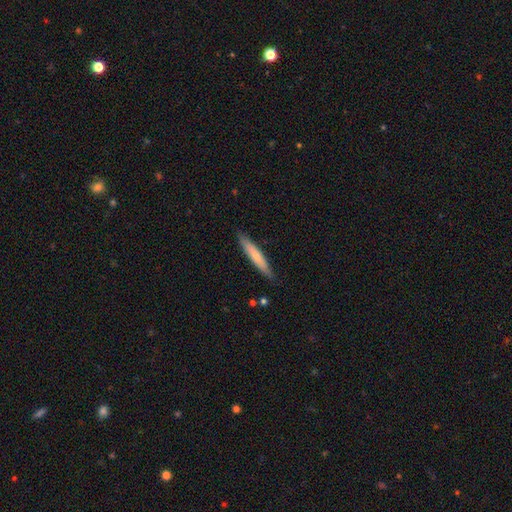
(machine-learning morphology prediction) Smooth or featured: smooth — 66% (featured or disk — 28%)
How rounded: cigar-shaped — 93% (in between — 6%)
Merging: none — 88% (minor disturbance — 9%)